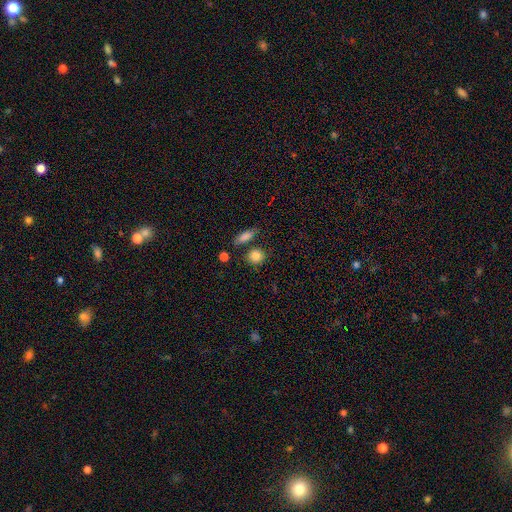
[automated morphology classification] Smooth or featured?
  - smooth: 86% *
  - star or artifact: 9%
  - featured or disk: 5%
How rounded?
  - round: 71% *
  - in between: 26%
  - cigar-shaped: 2%
Merging?
  - none: 73% *
  - minor disturbance: 12%
  - merger: 11%
  - major disturbance: 4%